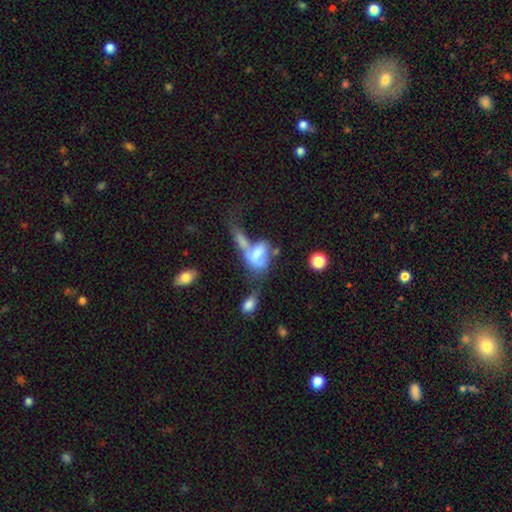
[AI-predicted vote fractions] Smooth or featured? Predicted: smooth (p=0.54). How rounded? Predicted: in between (p=0.83). Merging? Predicted: merger (p=0.57).